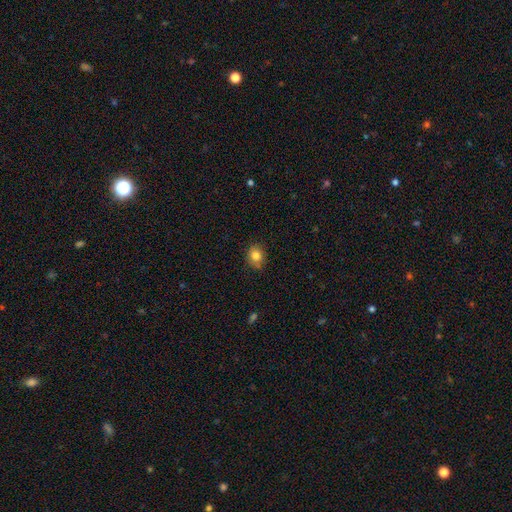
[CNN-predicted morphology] Smooth or featured?
  - smooth: 82% *
  - star or artifact: 10%
  - featured or disk: 8%
How rounded?
  - round: 65% *
  - in between: 34%
  - cigar-shaped: 1%
Merging?
  - none: 81% *
  - minor disturbance: 15%
  - major disturbance: 3%
  - merger: 1%